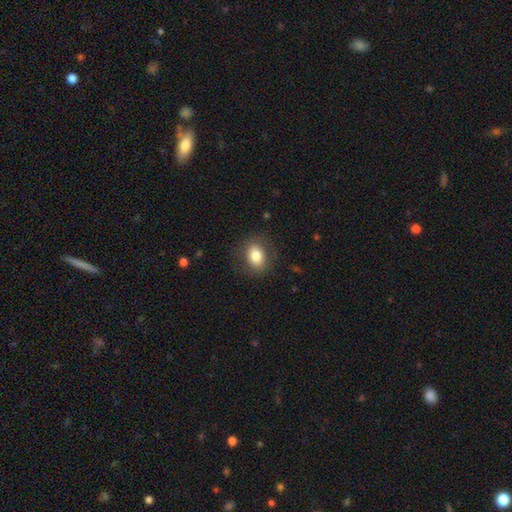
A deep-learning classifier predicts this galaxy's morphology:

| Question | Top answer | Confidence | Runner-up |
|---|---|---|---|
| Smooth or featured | smooth | 79% | featured or disk (12%) |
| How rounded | in between | 65% | round (34%) |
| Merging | none | 82% | minor disturbance (12%) |